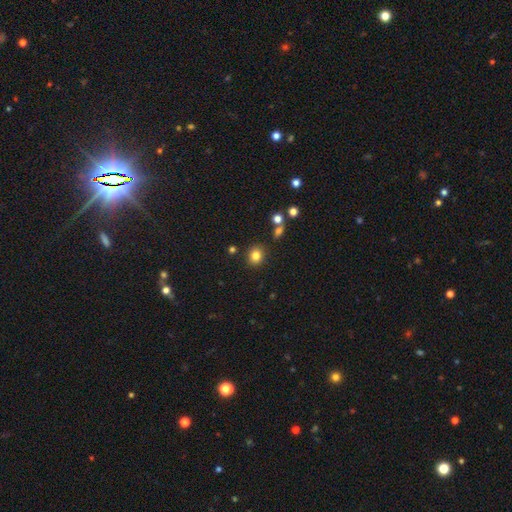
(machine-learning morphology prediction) Smooth or featured: smooth — 81% (star or artifact — 12%)
How rounded: round — 76% (in between — 23%)
Merging: none — 85% (minor disturbance — 9%)